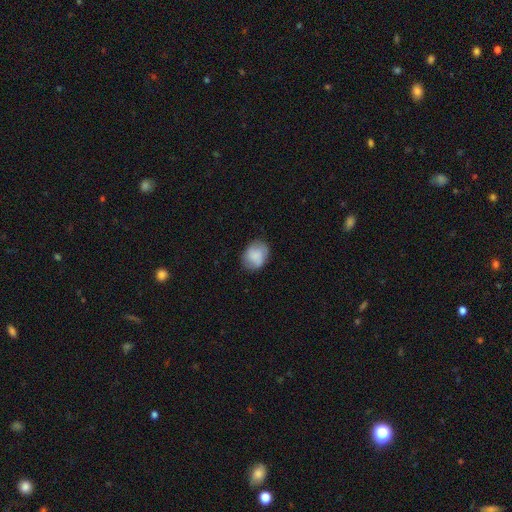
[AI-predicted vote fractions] smooth 77%, featured or disk 16%, star or artifact 7%. Down the decision tree: how rounded — in between (53%); merging — none (77%).